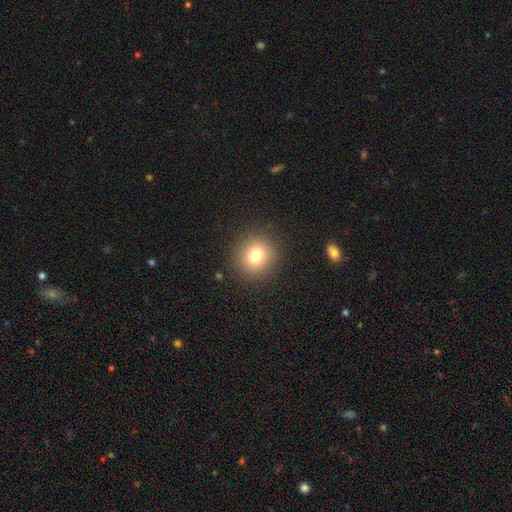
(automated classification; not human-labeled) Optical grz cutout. It shows a smooth galaxy with no disk features (78%) that is round (89%). Merging: none (90%).